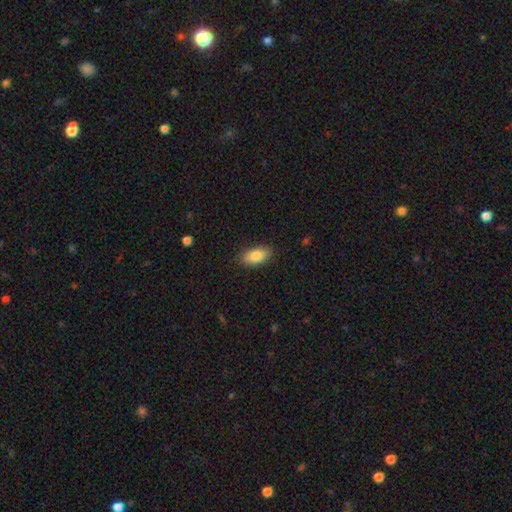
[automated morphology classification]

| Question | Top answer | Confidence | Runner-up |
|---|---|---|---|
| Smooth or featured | smooth | 84% | featured or disk (9%) |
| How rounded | in between | 90% | cigar-shaped (6%) |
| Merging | none | 87% | minor disturbance (10%) |